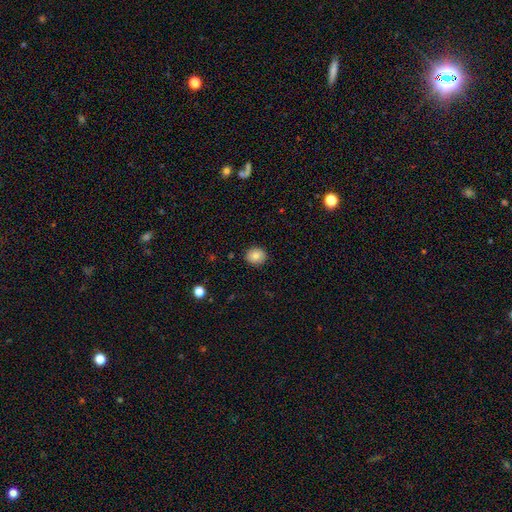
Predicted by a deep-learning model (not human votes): Smooth or featured? smooth (84%)
How rounded? round (74%)
Merging? none (89%)